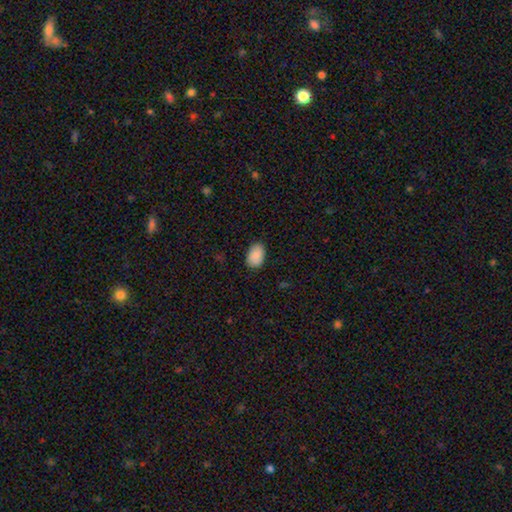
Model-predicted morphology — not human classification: Smooth or featured: smooth — 90% (star or artifact — 7%)
How rounded: in between — 90% (round — 9%)
Merging: none — 85% (minor disturbance — 12%)